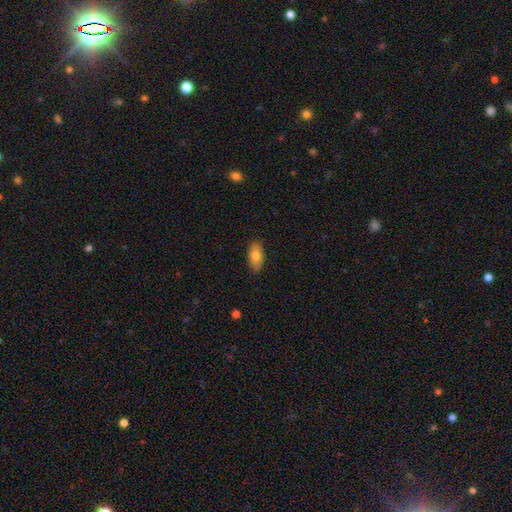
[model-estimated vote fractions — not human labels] This appears to be a smooth galaxy with no disk features (77%) that is in between round and cigar-shaped (91%). Merging: none (85%).